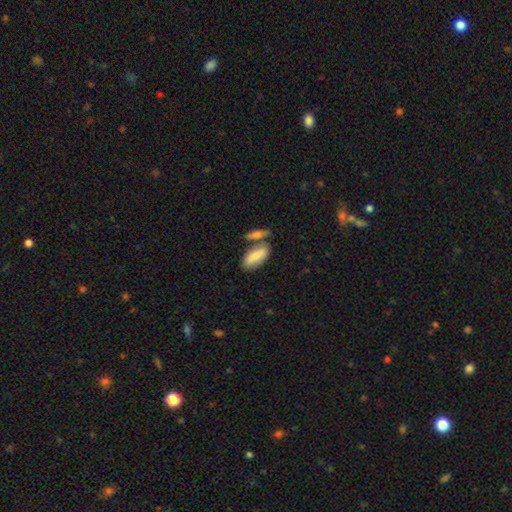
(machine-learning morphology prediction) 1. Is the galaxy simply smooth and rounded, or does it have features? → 77% smooth, 17% featured or disk, 6% star or artifact.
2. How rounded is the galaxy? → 84% in between, 14% cigar-shaped, 3% round.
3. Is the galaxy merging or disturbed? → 50% none, 31% merger, 14% minor disturbance, 5% major disturbance.